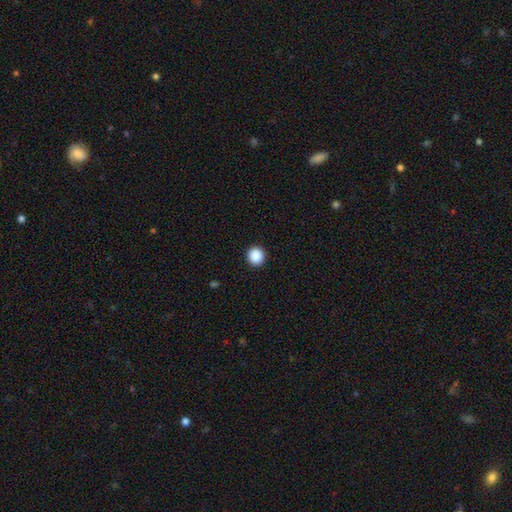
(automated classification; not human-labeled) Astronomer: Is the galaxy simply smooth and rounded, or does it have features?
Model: smooth — 89%.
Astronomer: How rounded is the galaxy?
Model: round — 92%.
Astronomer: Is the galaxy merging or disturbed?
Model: none — 93%.